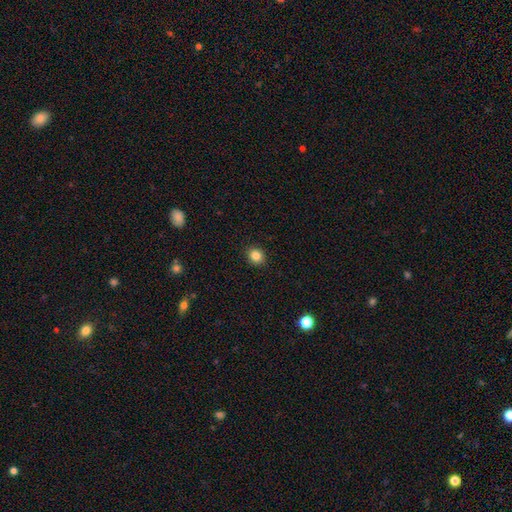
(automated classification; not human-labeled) The model was most divided on "how rounded": round: 78%, in between: 21%, cigar-shaped: 1%. More confident: merging — none (92%); smooth or featured — smooth (84%).